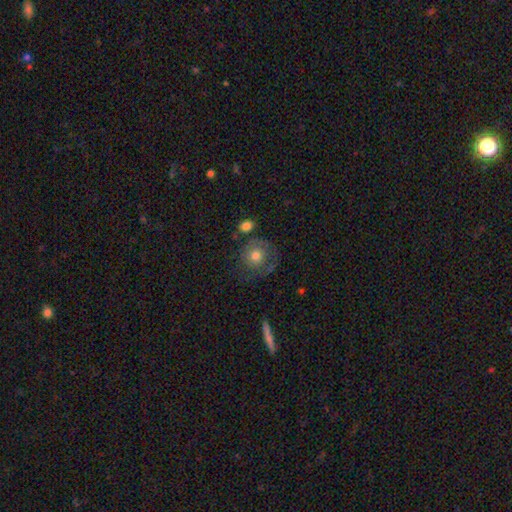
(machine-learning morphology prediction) Smooth or featured? smooth (62%)
How rounded? round (87%)
Merging? none (56%)